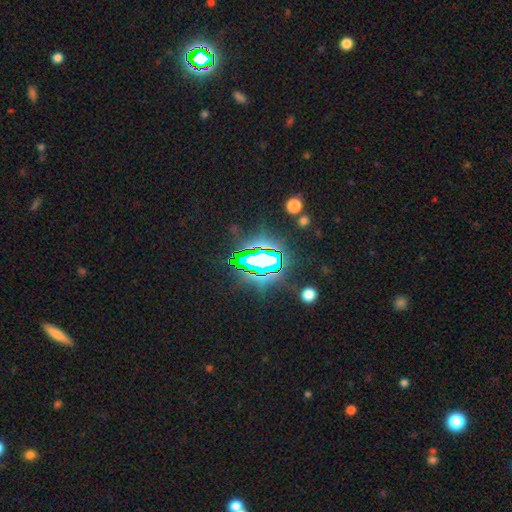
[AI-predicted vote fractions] Smooth or featured?
  - star or artifact: 75% *
  - smooth: 13%
  - featured or disk: 12%